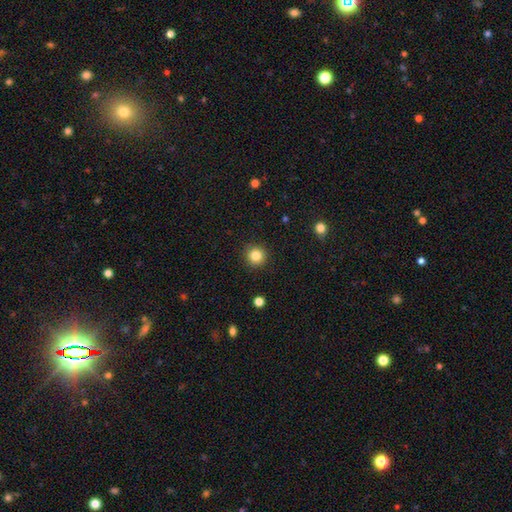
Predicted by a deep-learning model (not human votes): The model was most divided on "smooth or featured": smooth: 84%, star or artifact: 11%, featured or disk: 5%. More confident: how rounded — round (95%); merging — none (92%).